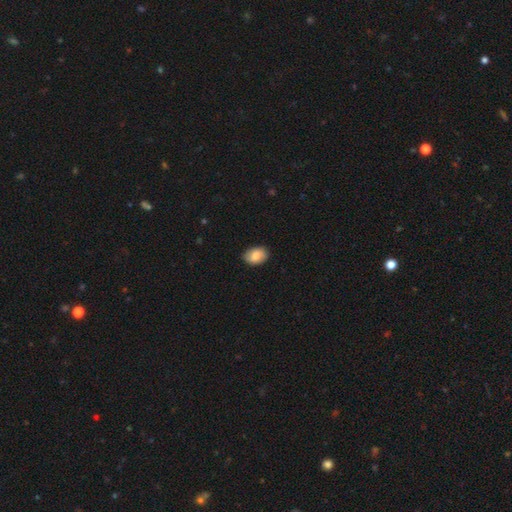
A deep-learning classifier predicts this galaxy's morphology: smooth-or-featured: smooth: 81% | featured or disk: 12% | star or artifact: 7%
  how-rounded: in between: 82% | round: 17% | cigar-shaped: 1%
  merging: none: 86% | minor disturbance: 10% | major disturbance: 2% | merger: 1%